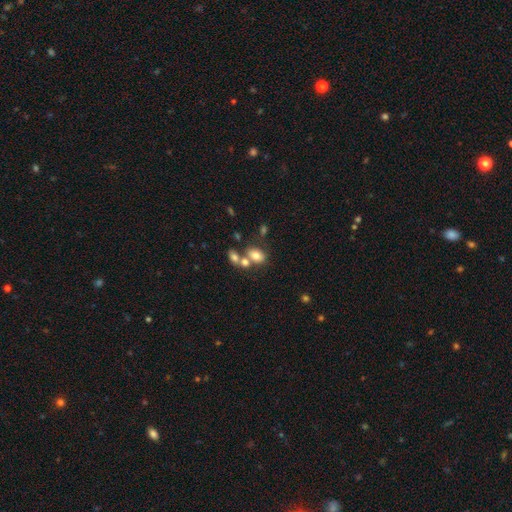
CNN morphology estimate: Overall: smooth (74%). How rounded: in between (76%). Merging: merger (45%; none 38%).